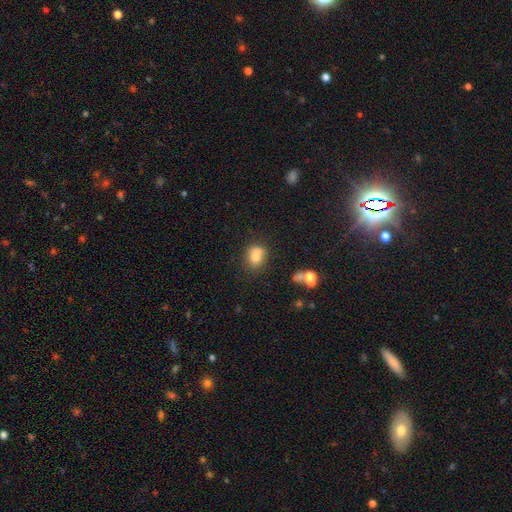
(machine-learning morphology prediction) A smooth galaxy with no disk features (73%) that is round (59%). Merging: none (44%).